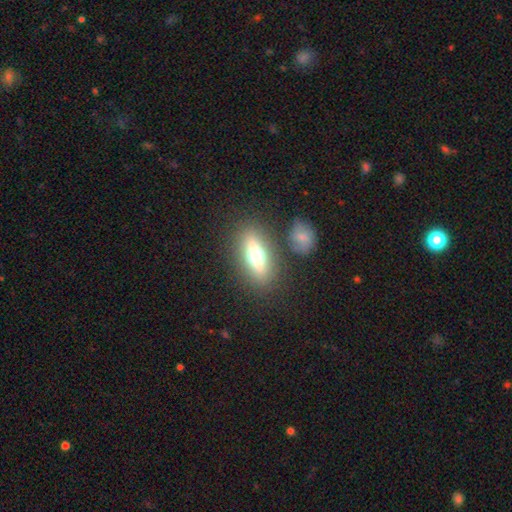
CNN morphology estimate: Q: Smooth or featured?
A: smooth (48%); runner-up: featured or disk (43%)
Q: Merging?
A: none (82%); runner-up: minor disturbance (10%)